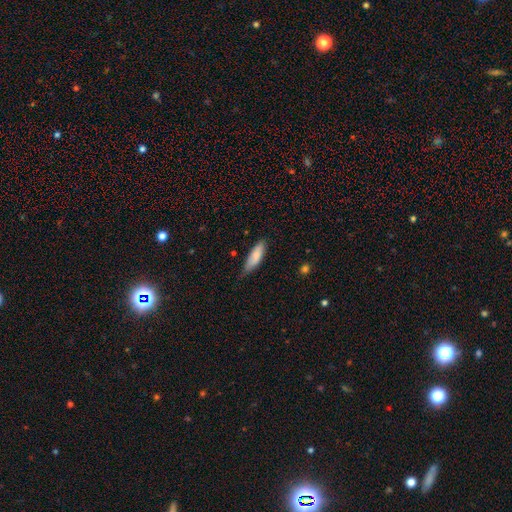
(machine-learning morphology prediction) The model was most divided on "how rounded": in between: 55%, cigar-shaped: 43%, round: 2%. More confident: smooth or featured — smooth (79%); merging — none (67%).